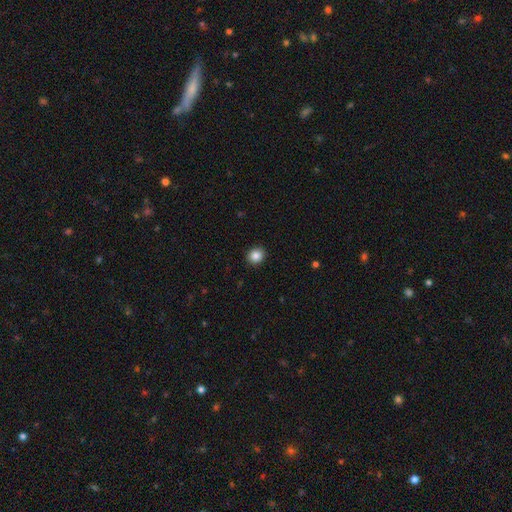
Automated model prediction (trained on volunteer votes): This appears to be a smooth galaxy with no disk features (86%) that is round (82%). Merging: none (92%).